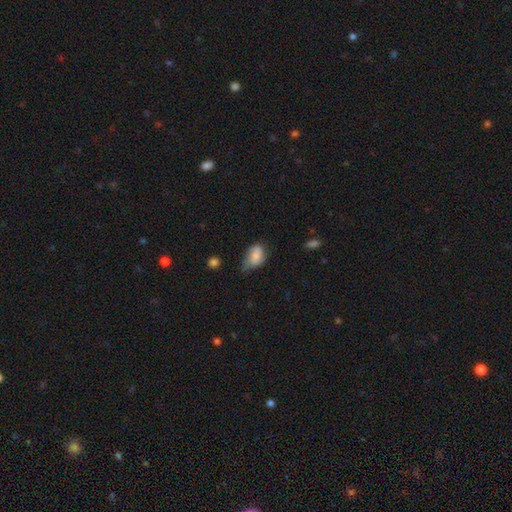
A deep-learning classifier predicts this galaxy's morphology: This appears to be a smooth galaxy with no disk features (75%) that is in between round and cigar-shaped (81%). Merging: minor disturbance (48%).